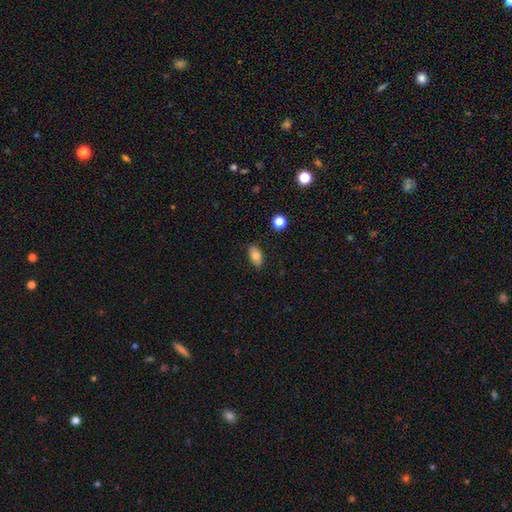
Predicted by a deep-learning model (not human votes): The model was most divided on "smooth or featured": smooth: 76%, featured or disk: 15%, star or artifact: 9%. More confident: how rounded — in between (90%); merging — none (85%).